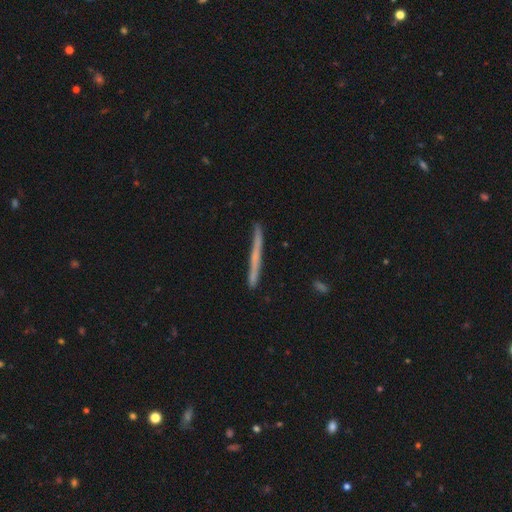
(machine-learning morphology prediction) This is possibly a featured or disk galaxy (47%, tied with smooth). Merging: clearly none (90%).